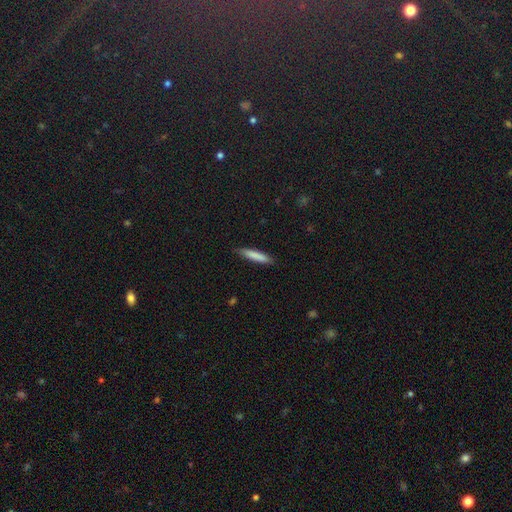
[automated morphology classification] A smooth galaxy with no disk features (80%) that is cigar-shaped (89%). Merging: none (85%).